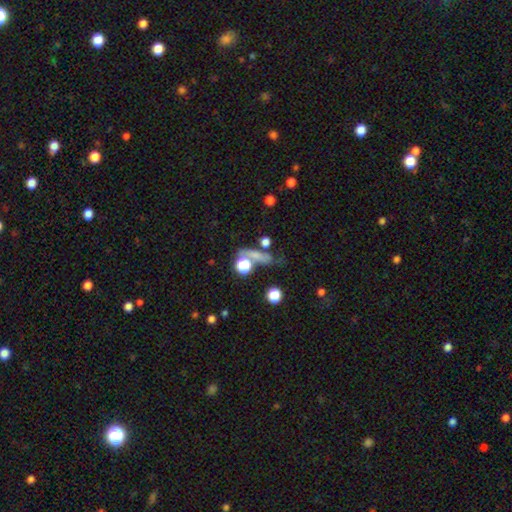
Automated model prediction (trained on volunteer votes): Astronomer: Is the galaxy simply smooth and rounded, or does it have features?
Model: smooth — 59%.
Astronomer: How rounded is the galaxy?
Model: round — 39% (runner-up: cigar-shaped, 32%).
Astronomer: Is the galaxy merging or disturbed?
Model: none — 51%.